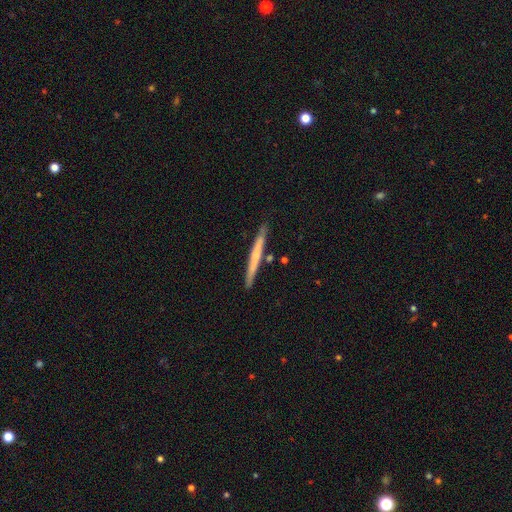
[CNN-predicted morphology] A smooth galaxy with no disk features (52%) that is cigar-shaped (97%). Merging: none (86%).